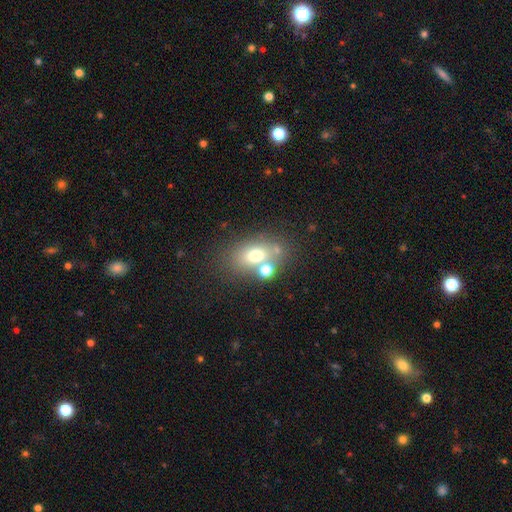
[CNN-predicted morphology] This appears to be a smooth galaxy with no disk features (66%) that is in between round and cigar-shaped (74%). Merging: none (55%).